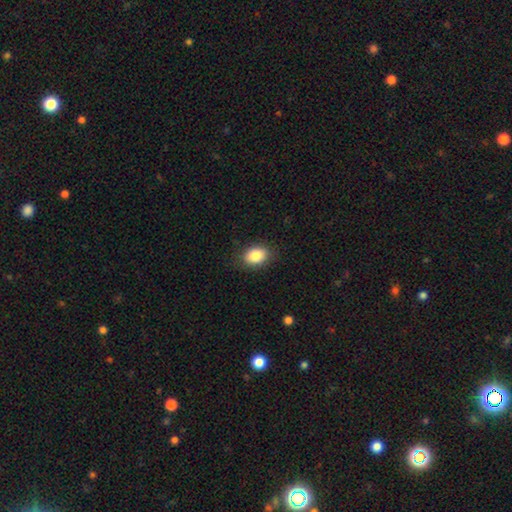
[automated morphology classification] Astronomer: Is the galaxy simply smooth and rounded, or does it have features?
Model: smooth — 86%.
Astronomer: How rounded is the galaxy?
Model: in between — 74%.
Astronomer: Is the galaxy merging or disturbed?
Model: none — 86%.